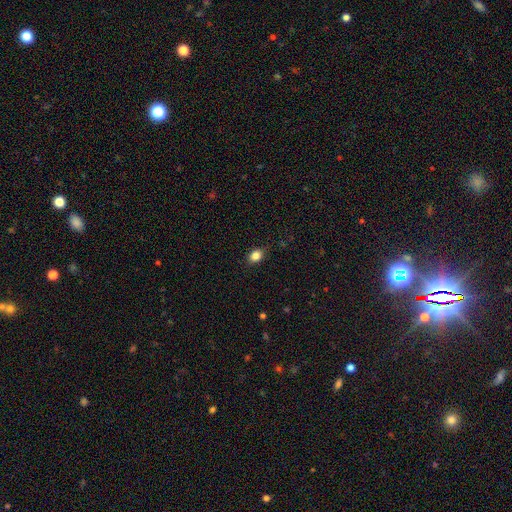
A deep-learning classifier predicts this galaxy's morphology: A smooth galaxy with no disk features (84%) that is in between round and cigar-shaped (59%).

Vote fractions:
- Smooth or featured? smooth: 84% / star or artifact: 10% / featured or disk: 5%
- How rounded? in between: 59% / round: 40% / cigar-shaped: 2%
- Merging? none: 83% / minor disturbance: 13% / major disturbance: 3% / merger: 1%